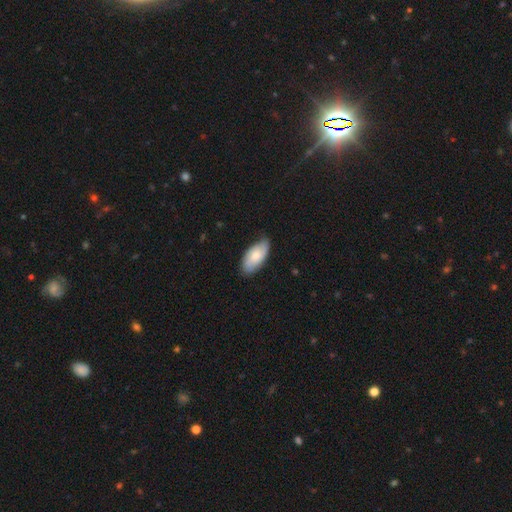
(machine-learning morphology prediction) A smooth galaxy with no disk features (64%) that is in between round and cigar-shaped (93%). Merging: none (78%).